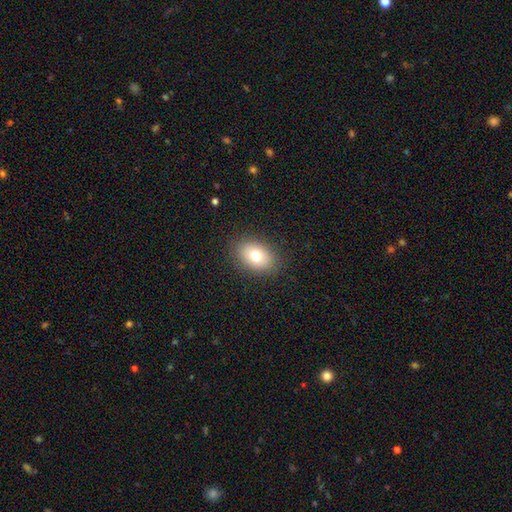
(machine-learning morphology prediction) smooth-or-featured: smooth: 76% | featured or disk: 14% | star or artifact: 10%
  how-rounded: in between: 78% | round: 21% | cigar-shaped: 1%
  merging: none: 87% | minor disturbance: 9% | major disturbance: 3% | merger: 1%